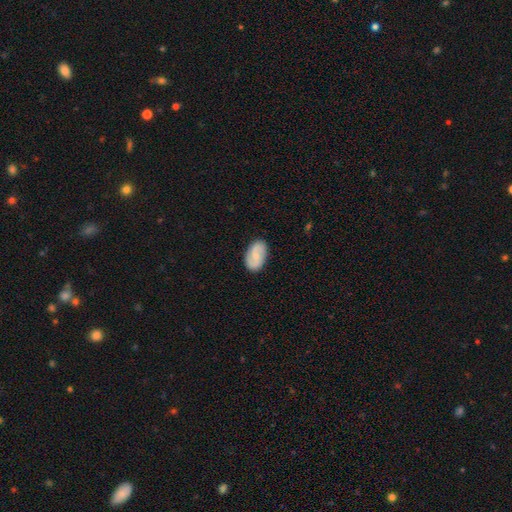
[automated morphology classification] This is possibly a featured or disk galaxy (50%). It is clearly not viewed edge-on (96%). Merging: clearly none (84%).